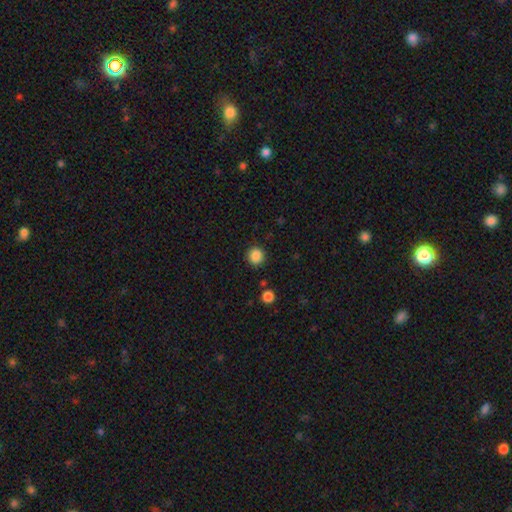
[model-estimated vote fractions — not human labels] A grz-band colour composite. It shows a smooth galaxy with no disk features (86%) that is round (90%). Merging: none (89%).